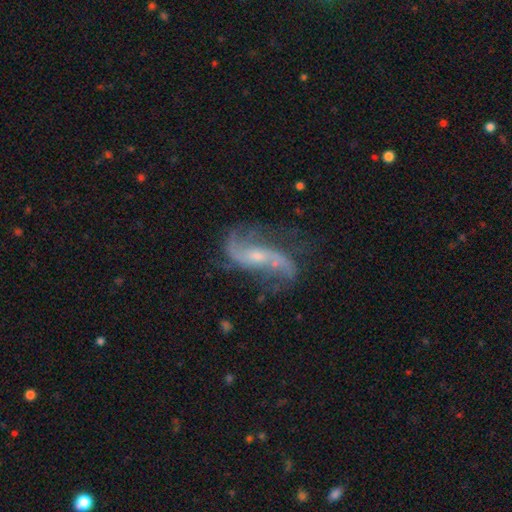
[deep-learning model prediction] Smooth or featured? featured or disk (87%)
Edge-on disk? no (95%)
Bar? no (47%)
Spiral arms? yes (95%)
Spiral winding? loose (71%)
Spiral arm count? 2 (83%)
Bulge size? small (66%)
Merging? none (58%)